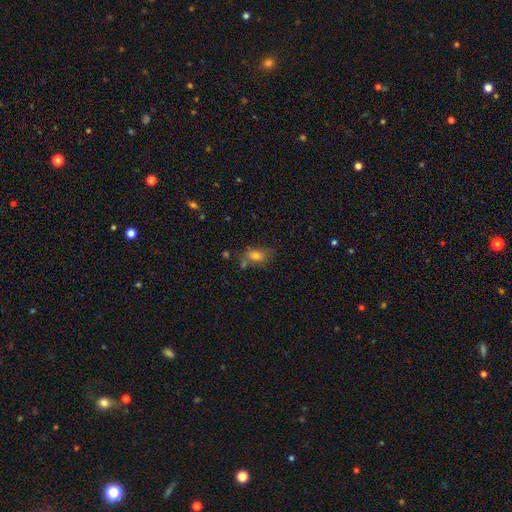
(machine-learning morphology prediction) smooth 71%, featured or disk 18%, star or artifact 11%. Down the decision tree: how rounded — in between (79%); merging — none (52%).